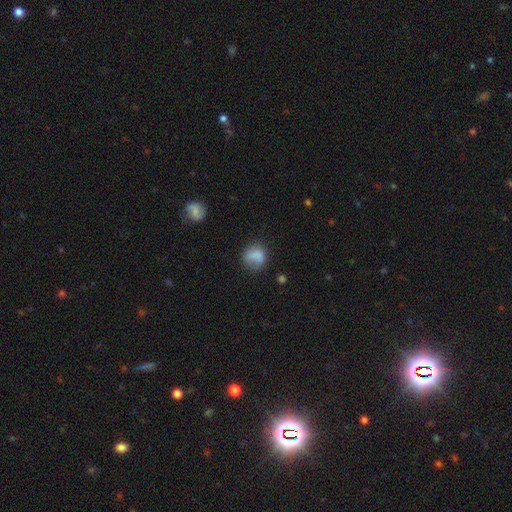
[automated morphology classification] A smooth galaxy with no disk features (77%) that is round (70%).

Vote fractions:
- Smooth or featured? smooth: 77% / featured or disk: 13% / star or artifact: 10%
- How rounded? round: 70% / in between: 28% / cigar-shaped: 2%
- Merging? none: 57% / minor disturbance: 26% / major disturbance: 14% / merger: 4%